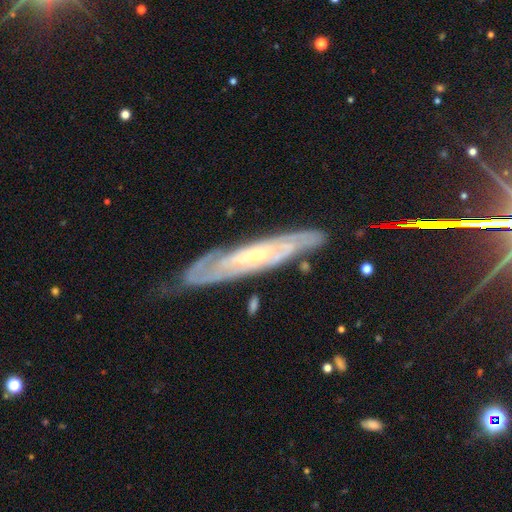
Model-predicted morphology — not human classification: type=featured or disk (82%); edge-on=no (65%); bar=no (61%); spiral arms=yes (89%); bulge=small (52%); merging=none (73%).